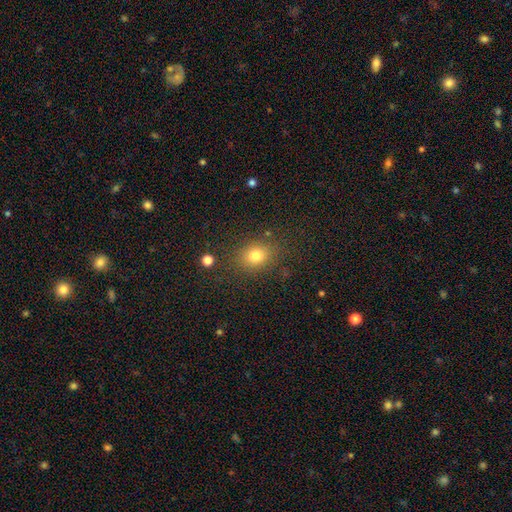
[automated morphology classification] smooth 78%, star or artifact 13%, featured or disk 8%. Down the decision tree: how rounded — in between (53%); merging — none (81%).